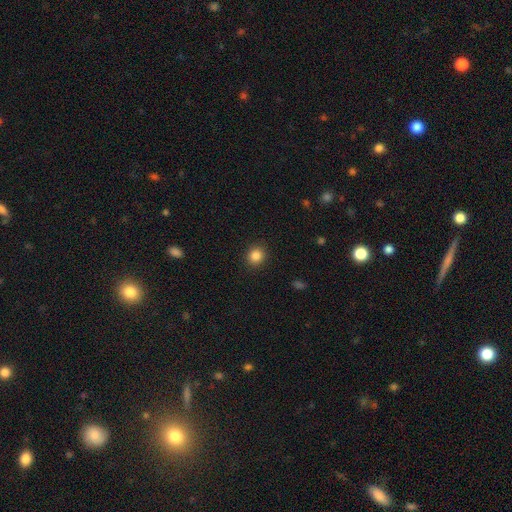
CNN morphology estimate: smooth_or_featured: smooth (p=0.85) [alt: star or artifact p=0.11]
how_rounded: round (p=0.84) [alt: in between p=0.16]
merging: none (p=0.90) [alt: minor disturbance p=0.06]